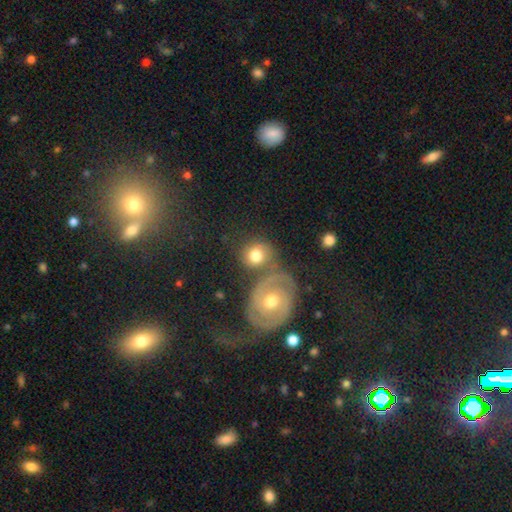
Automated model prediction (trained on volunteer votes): Q: Smooth or featured?
A: smooth (60%); runner-up: featured or disk (30%)
Q: How rounded?
A: round (76%); runner-up: in between (23%)
Q: Merging?
A: none (47%); runner-up: merger (35%)